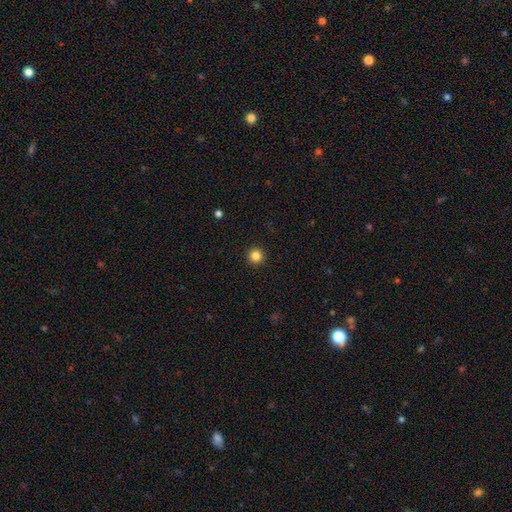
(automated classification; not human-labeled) Smooth or featured?
  - smooth: 84% *
  - star or artifact: 12%
  - featured or disk: 5%
How rounded?
  - round: 96% *
  - in between: 3%
  - cigar-shaped: 1%
Merging?
  - none: 94% *
  - minor disturbance: 4%
  - major disturbance: 1%
  - merger: 1%